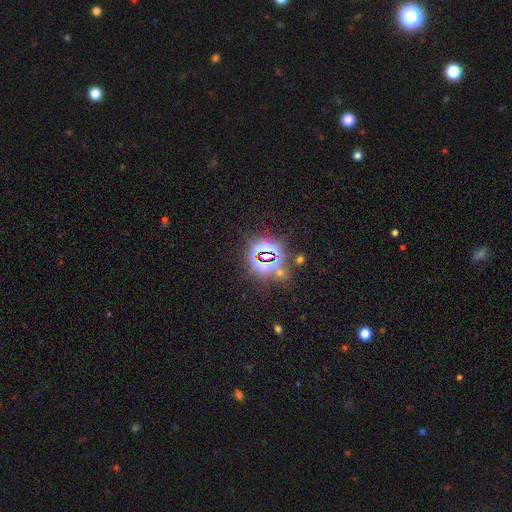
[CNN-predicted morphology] smooth-or-featured: star or artifact: 82% | smooth: 11% | featured or disk: 8%